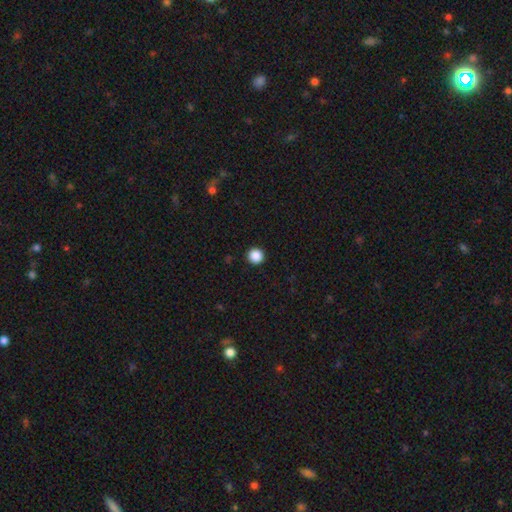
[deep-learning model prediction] smooth 88%, star or artifact 10%, featured or disk 2%. Down the decision tree: how rounded — round (95%); merging — none (93%).